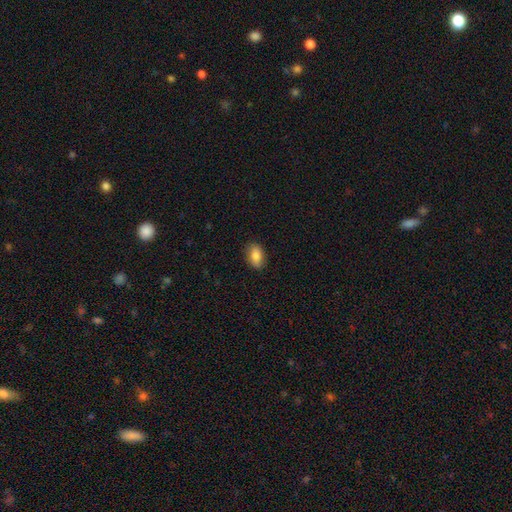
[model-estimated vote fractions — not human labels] This is clearly a smooth galaxy (84%). How rounded: clearly in between (89%). Merging: clearly none (86%).